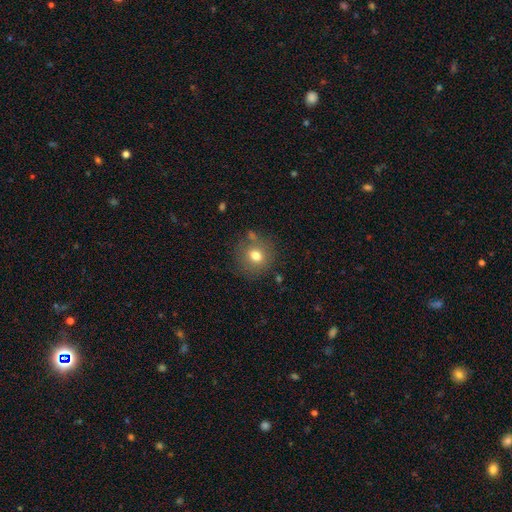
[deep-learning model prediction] Smooth or featured? Predicted: smooth (p=0.74). How rounded? Predicted: round (p=0.84). Merging? Predicted: none (p=0.79).